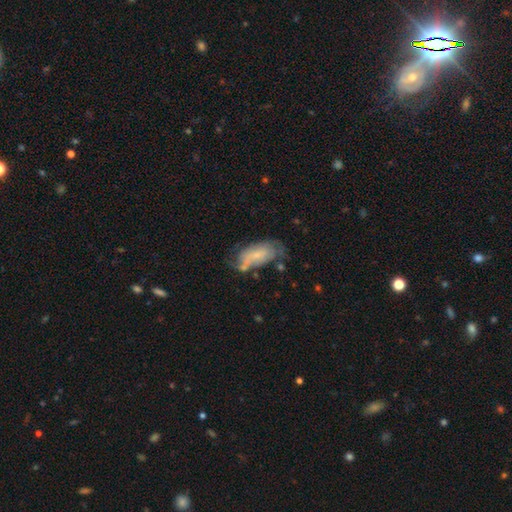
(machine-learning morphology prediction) Smooth or featured?
  - smooth: 52% *
  - featured or disk: 40%
  - star or artifact: 9%
How rounded?
  - in between: 87% *
  - cigar-shaped: 10%
  - round: 3%
Merging?
  - none: 40% *
  - minor disturbance: 32%
  - major disturbance: 20%
  - merger: 9%